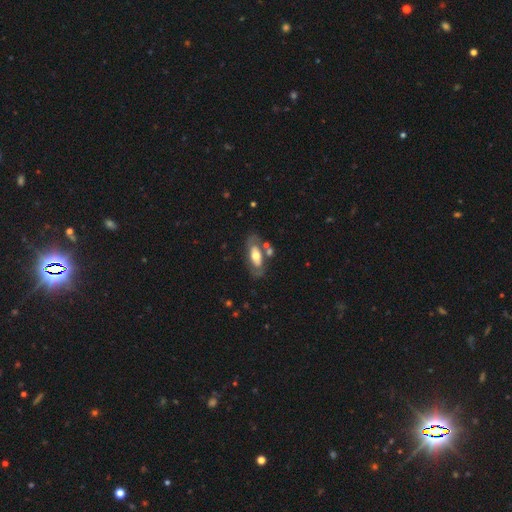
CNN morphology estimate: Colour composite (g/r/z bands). It shows a featured or disk galaxy (51%). Merging: none (65%).